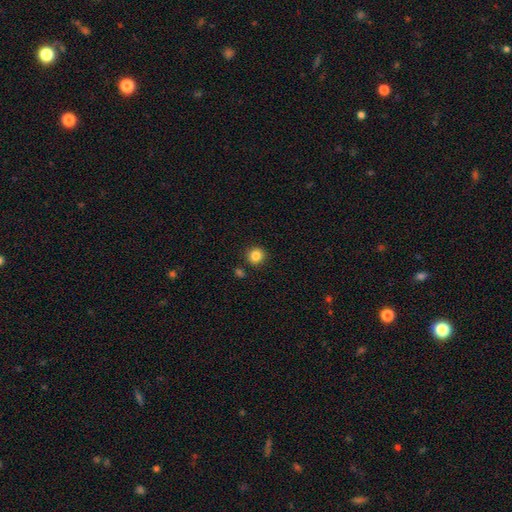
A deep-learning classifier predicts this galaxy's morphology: The model was most divided on "smooth or featured": smooth: 85%, star or artifact: 10%, featured or disk: 4%. More confident: how rounded — round (91%); merging — none (89%).